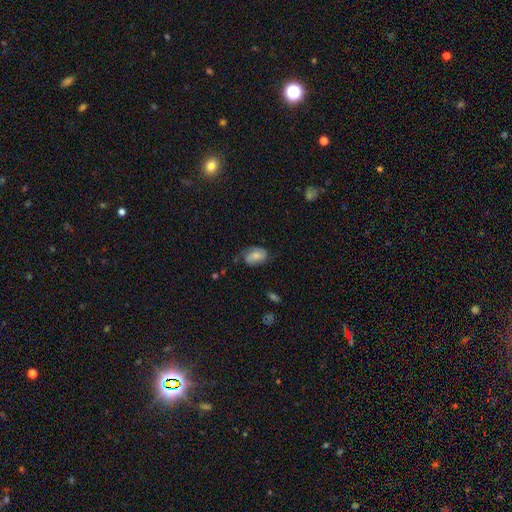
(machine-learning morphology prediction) type=smooth (53%); roundness=in between (85%); merging=none (61%).